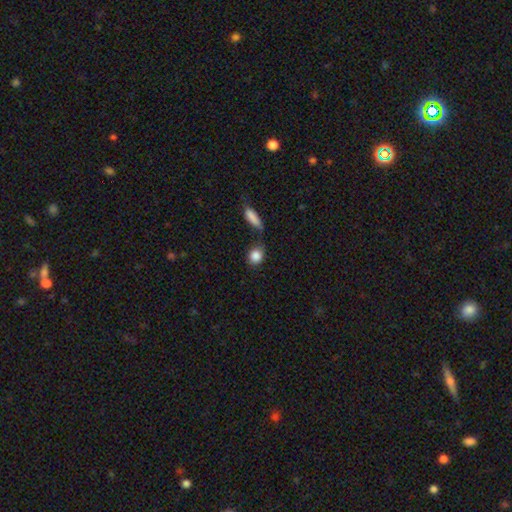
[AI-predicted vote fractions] Smooth or featured?
  - smooth: 87% *
  - star or artifact: 8%
  - featured or disk: 5%
How rounded?
  - round: 66% *
  - in between: 31%
  - cigar-shaped: 3%
Merging?
  - none: 62% *
  - minor disturbance: 18%
  - merger: 14%
  - major disturbance: 7%